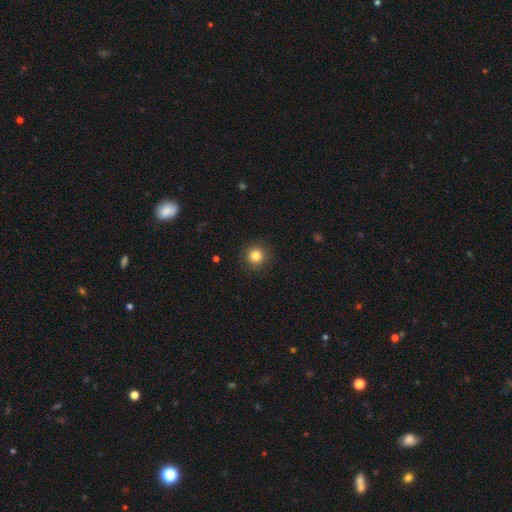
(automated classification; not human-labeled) Q: Smooth or featured?
A: smooth (83%); runner-up: star or artifact (12%)
Q: How rounded?
A: round (94%); runner-up: in between (5%)
Q: Merging?
A: none (91%); runner-up: minor disturbance (6%)